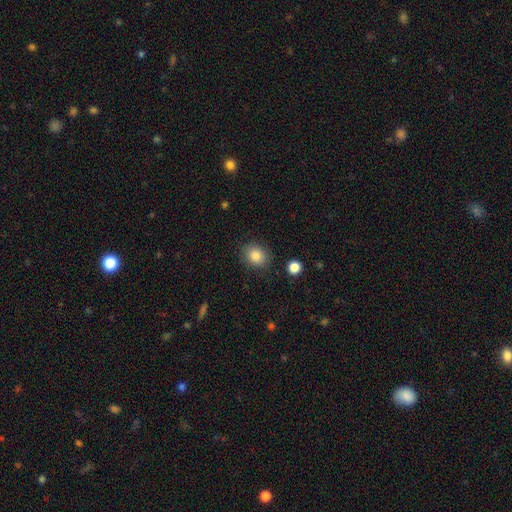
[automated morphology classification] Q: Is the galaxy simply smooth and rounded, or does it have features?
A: smooth — 85%.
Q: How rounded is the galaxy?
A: round — 62%.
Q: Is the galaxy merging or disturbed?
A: none — 84%.